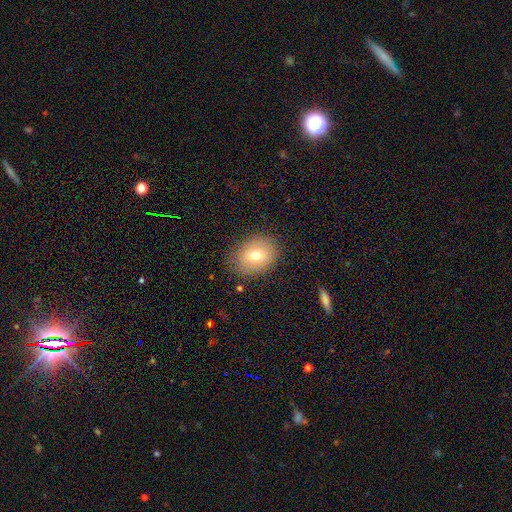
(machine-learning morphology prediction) Q: Smooth or featured?
A: smooth (72%); runner-up: featured or disk (18%)
Q: How rounded?
A: in between (67%); runner-up: round (32%)
Q: Merging?
A: none (81%); runner-up: minor disturbance (14%)